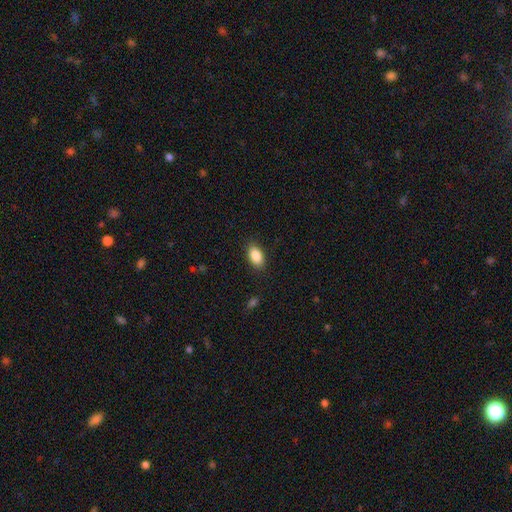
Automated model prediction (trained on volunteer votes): Smooth or featured? smooth (88%)
How rounded? in between (91%)
Merging? none (88%)